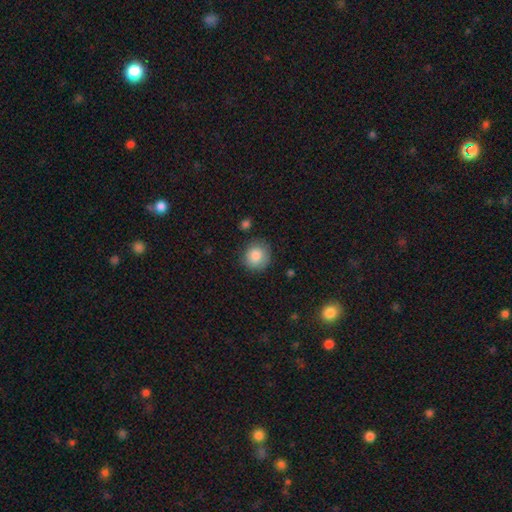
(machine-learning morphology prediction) The model was most divided on "merging": none: 82%, minor disturbance: 13%, major disturbance: 3%, merger: 2%. More confident: how rounded — round (88%); smooth or featured — smooth (86%).